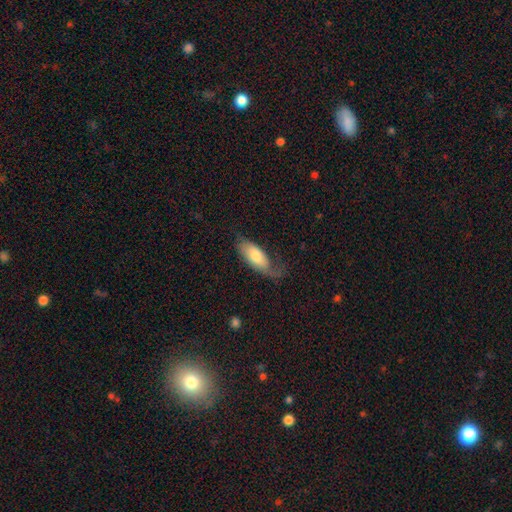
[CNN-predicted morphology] A smooth galaxy with no disk features (62%) that is in between round and cigar-shaped (81%). Merging: none (46%).